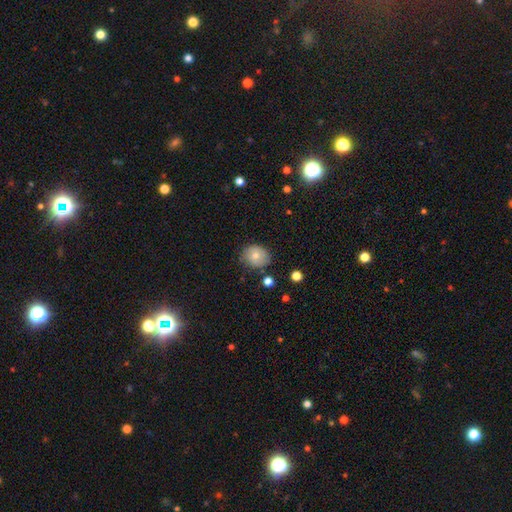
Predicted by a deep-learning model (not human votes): smooth 70%, featured or disk 21%, star or artifact 9%. Down the decision tree: how rounded — round (70%); merging — none (73%).